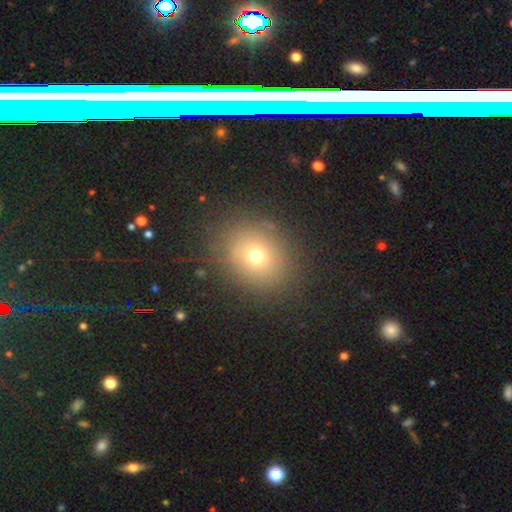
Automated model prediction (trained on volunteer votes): A smooth galaxy with no disk features (69%) that is round (68%). Merging: none (84%).